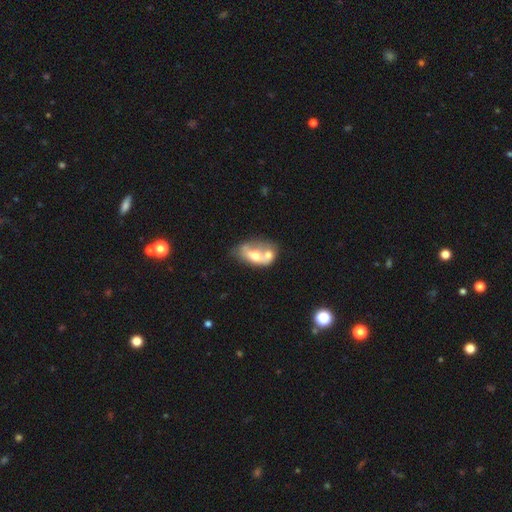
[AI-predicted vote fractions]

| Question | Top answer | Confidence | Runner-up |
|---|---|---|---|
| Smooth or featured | smooth | 52% | featured or disk (40%) |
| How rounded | in between | 78% | round (17%) |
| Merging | merger | 68% | none (15%) |